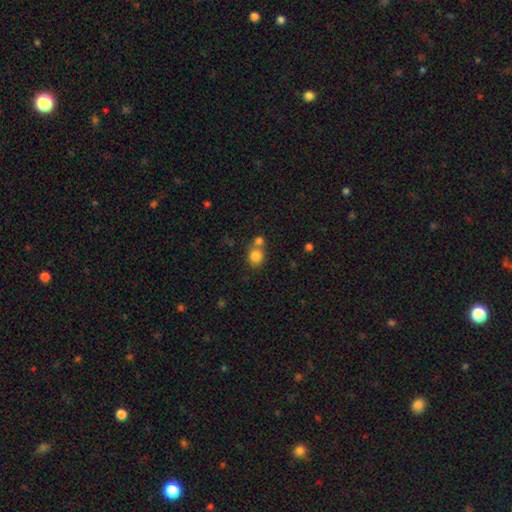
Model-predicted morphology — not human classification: A smooth galaxy with no disk features (83%) that is round (82%).

Vote fractions:
- Smooth or featured? smooth: 83% / star or artifact: 10% / featured or disk: 7%
- How rounded? round: 82% / in between: 17% / cigar-shaped: 1%
- Merging? none: 52% / merger: 37% / minor disturbance: 8% / major disturbance: 3%